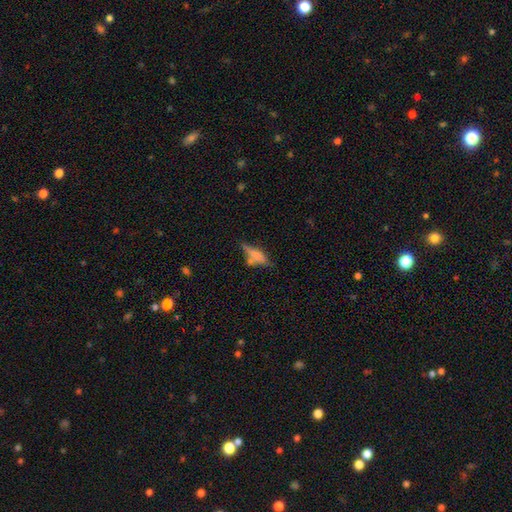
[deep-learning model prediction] This is likely a smooth galaxy (63%). How rounded: possibly cigar-shaped (48%, tied with in between). Merging: possibly none (46%).